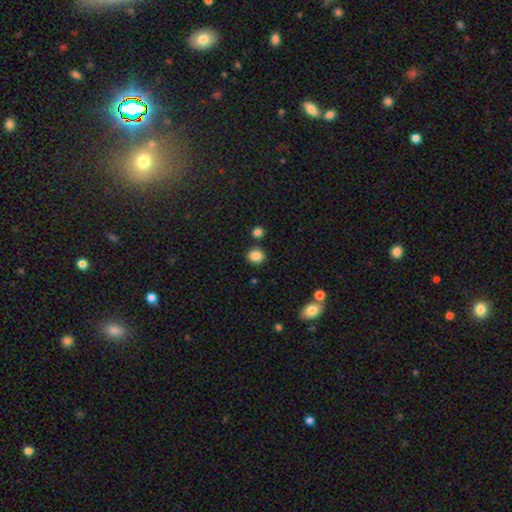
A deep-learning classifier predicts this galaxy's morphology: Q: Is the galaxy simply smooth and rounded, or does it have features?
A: smooth — 86%.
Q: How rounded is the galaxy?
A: round — 80%.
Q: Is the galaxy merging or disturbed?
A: none — 83%.